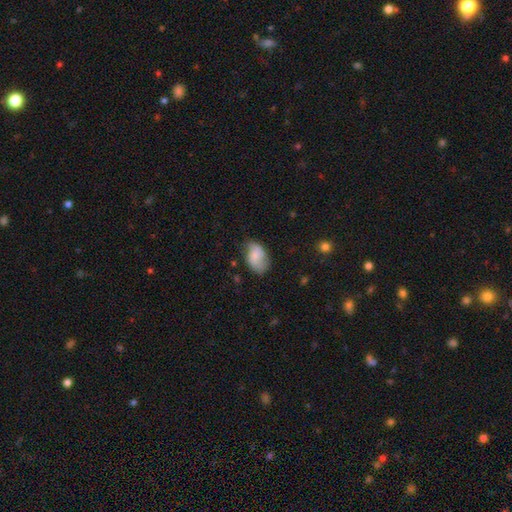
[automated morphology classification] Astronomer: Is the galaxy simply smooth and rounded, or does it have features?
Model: smooth — 75%.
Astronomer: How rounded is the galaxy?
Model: in between — 89%.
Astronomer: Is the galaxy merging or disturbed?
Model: none — 57%.